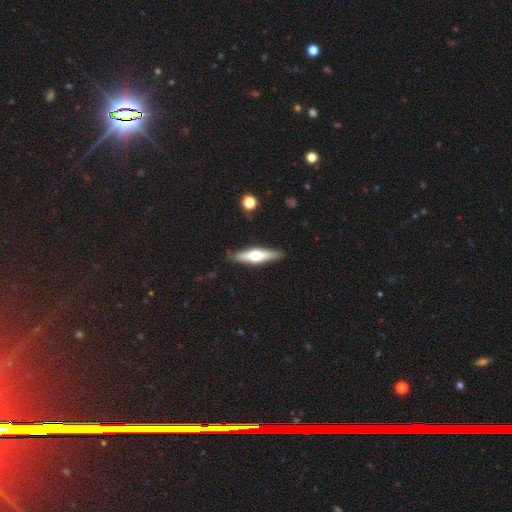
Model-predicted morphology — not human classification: Smooth or featured: featured or disk — 57% (smooth — 37%)
Edge-on disk: yes — 93% (no — 7%)
Edge-on bulge: rounded — 94% (boxy — 3%)
Merging: none — 88% (minor disturbance — 9%)